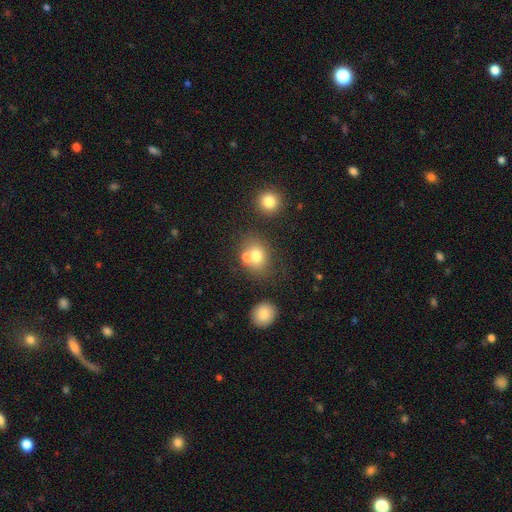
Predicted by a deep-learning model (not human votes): Smooth or featured? smooth (71%)
How rounded? round (58%)
Merging? none (52%)